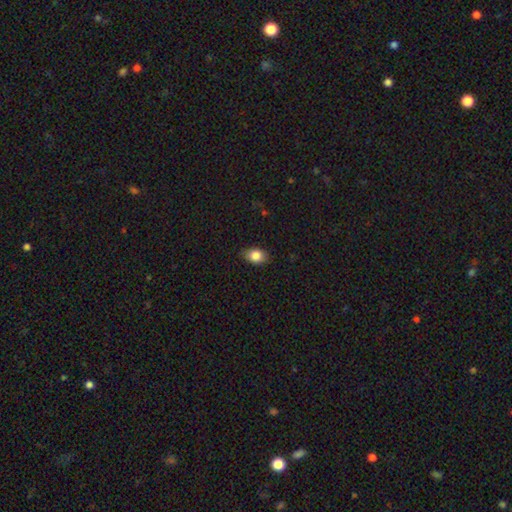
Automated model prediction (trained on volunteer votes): smooth 84%, star or artifact 9%, featured or disk 7%. Down the decision tree: how rounded — in between (75%); merging — none (83%).